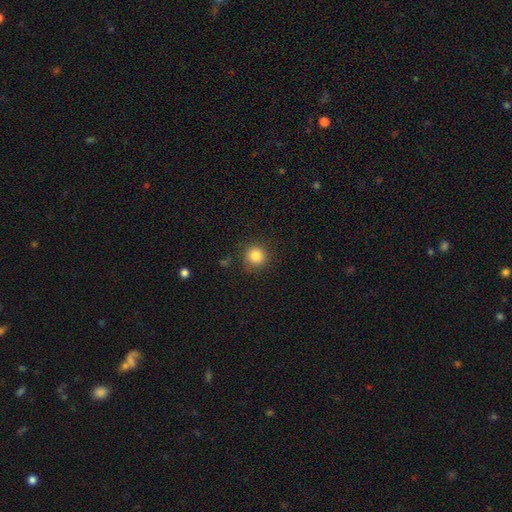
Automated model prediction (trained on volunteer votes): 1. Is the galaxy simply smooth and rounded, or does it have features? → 84% smooth, 11% star or artifact, 5% featured or disk.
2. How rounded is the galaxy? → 93% round, 6% in between, 1% cigar-shaped.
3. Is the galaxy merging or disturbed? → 87% none, 9% minor disturbance, 3% major disturbance, 1% merger.